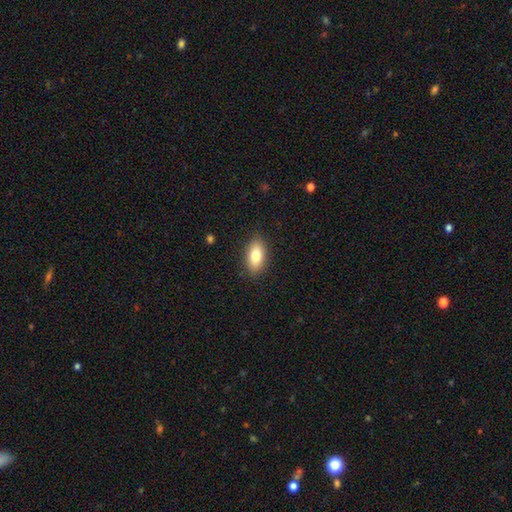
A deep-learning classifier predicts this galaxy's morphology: This appears to be a smooth galaxy with no disk features (79%) that is in between round and cigar-shaped (88%). Merging: none (87%).